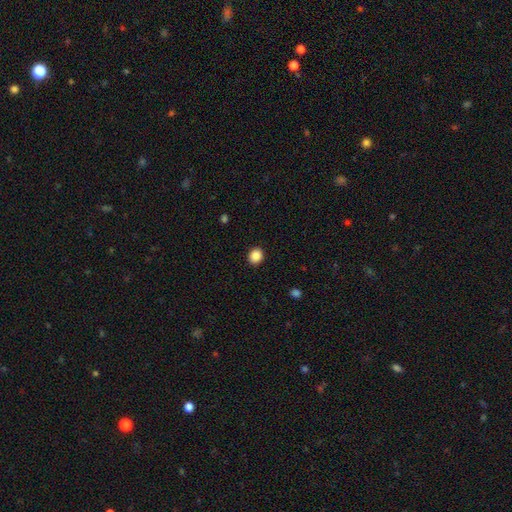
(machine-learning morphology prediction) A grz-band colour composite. It shows a smooth galaxy with no disk features (88%) that is round (73%). Merging: none (91%).